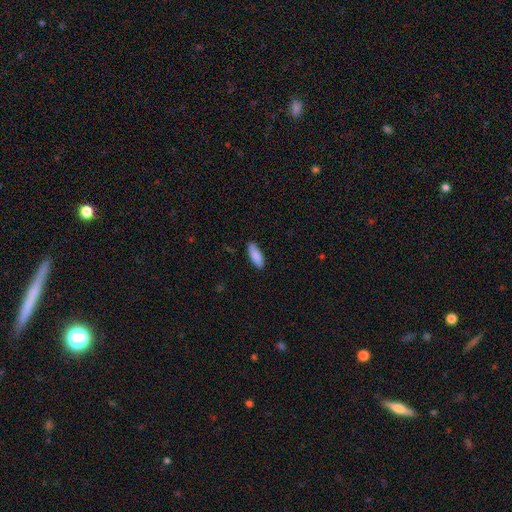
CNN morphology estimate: Q: Smooth or featured?
A: smooth (87%); runner-up: featured or disk (7%)
Q: How rounded?
A: in between (70%); runner-up: cigar-shaped (28%)
Q: Merging?
A: none (85%); runner-up: minor disturbance (12%)